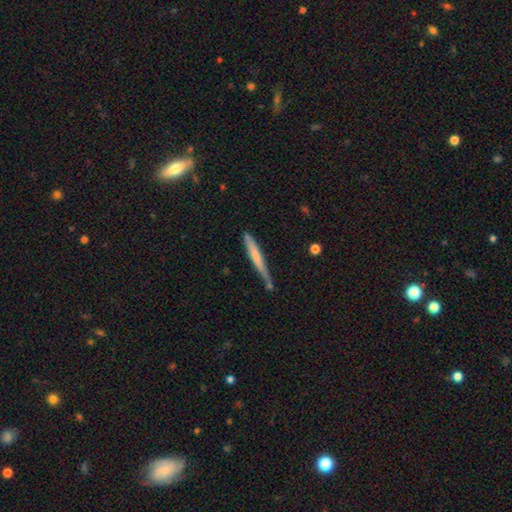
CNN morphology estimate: Smooth or featured? smooth (56%)
How rounded? cigar-shaped (96%)
Merging? none (63%)